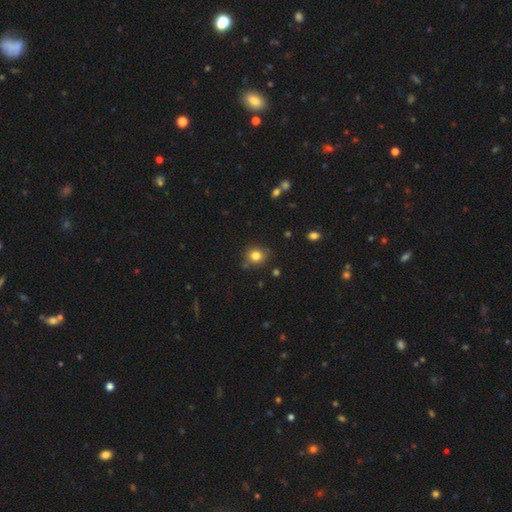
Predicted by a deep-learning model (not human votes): Q: Smooth or featured?
A: smooth (82%); runner-up: star or artifact (11%)
Q: How rounded?
A: round (79%); runner-up: in between (20%)
Q: Merging?
A: none (80%); runner-up: minor disturbance (14%)